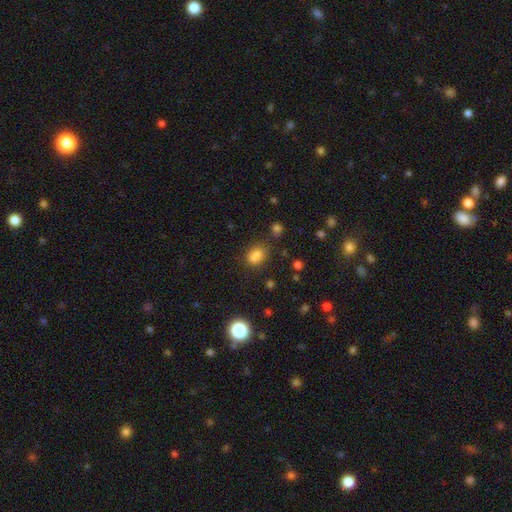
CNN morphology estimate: Overall: smooth (78%). How rounded: in between (65%; round 33%). Merging: none (60%).